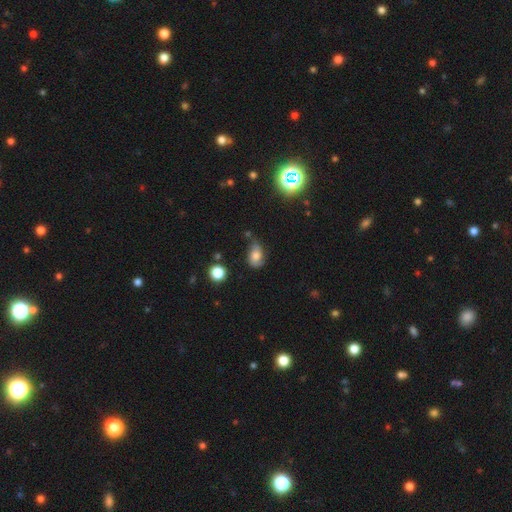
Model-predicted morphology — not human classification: Q: Smooth or featured?
A: smooth (63%); runner-up: featured or disk (24%)
Q: How rounded?
A: in between (80%); runner-up: round (18%)
Q: Merging?
A: none (47%); runner-up: minor disturbance (36%)